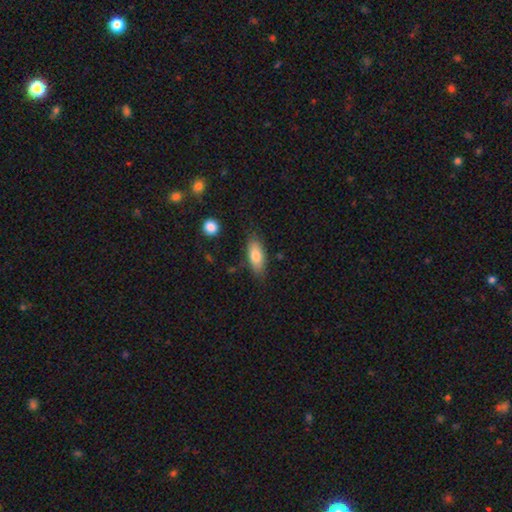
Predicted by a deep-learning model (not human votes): This is likely a smooth galaxy (77%). How rounded: likely in between (79%). Merging: likely none (79%).